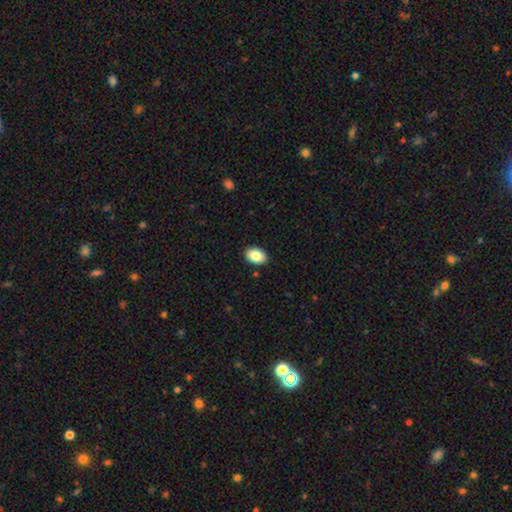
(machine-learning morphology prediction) type=smooth (85%); roundness=in between (87%); merging=none (90%).